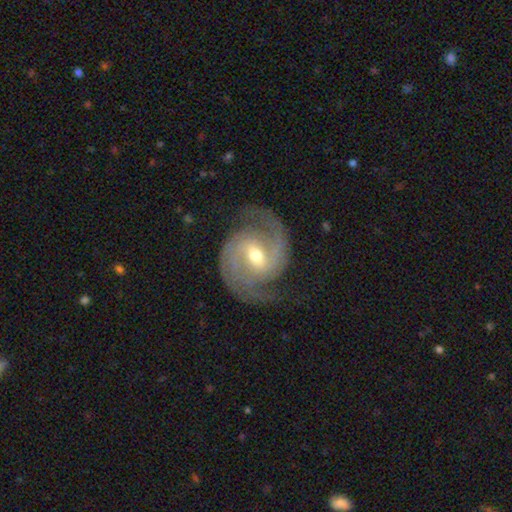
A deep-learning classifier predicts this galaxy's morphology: Smooth or featured?
  - featured or disk: 92% *
  - star or artifact: 4%
  - smooth: 3%
Edge-on disk?
  - no: 98% *
  - yes: 2%
Bar?
  - weak: 51% *
  - strong: 26%
  - no: 22%
Spiral arms?
  - yes: 98% *
  - no: 2%
Spiral winding?
  - medium: 52% *
  - tight: 36%
  - loose: 11%
Spiral arm count?
  - 2: 92% *
  - 3: 2%
  - can't tell: 2%
  - 1: 1%
  - 4: 1%
  - more than 4: 1%
Bulge size?
  - moderate: 62% *
  - small: 33%
  - large: 3%
  - none: 1%
  - dominant: 1%
Merging?
  - none: 80% *
  - minor disturbance: 13%
  - major disturbance: 6%
  - merger: 1%